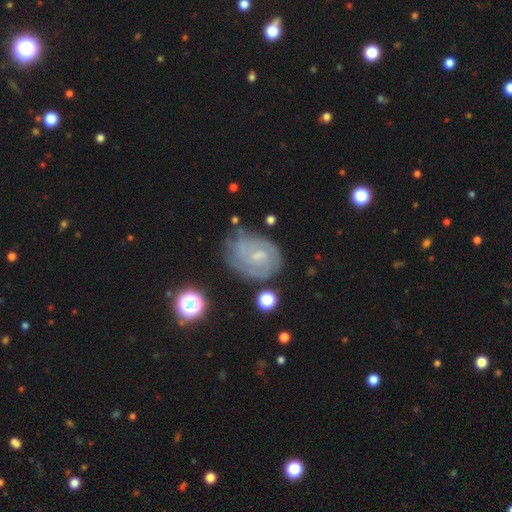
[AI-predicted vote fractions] This appears to be a featured or disk galaxy (73%) with a weak bar (48%), tight (62%) spiral arms (90%) and a small central bulge (61%). Merging: none (67%).